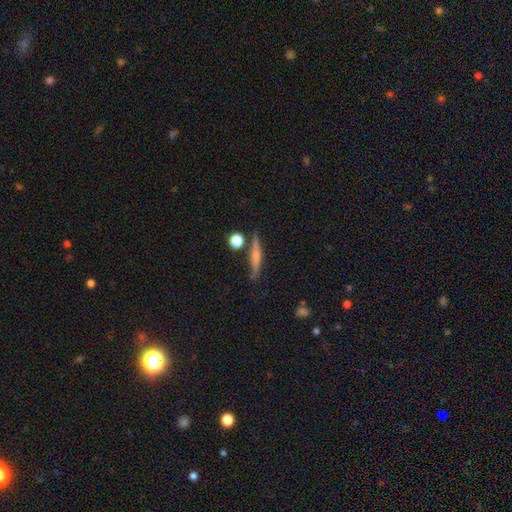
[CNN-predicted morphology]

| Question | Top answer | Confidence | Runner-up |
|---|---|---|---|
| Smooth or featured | featured or disk | 52% | smooth (39%) |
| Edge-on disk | yes | 95% | no (5%) |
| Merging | none | 78% | minor disturbance (12%) |